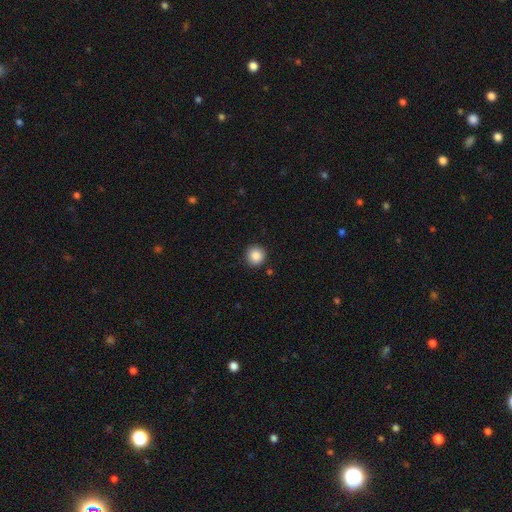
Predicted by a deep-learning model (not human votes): A smooth galaxy with no disk features (87%) that is round (93%).

Vote fractions:
- Smooth or featured? smooth: 87% / star or artifact: 9% / featured or disk: 3%
- How rounded? round: 93% / in between: 6% / cigar-shaped: 1%
- Merging? none: 90% / minor disturbance: 7% / major disturbance: 2% / merger: 1%